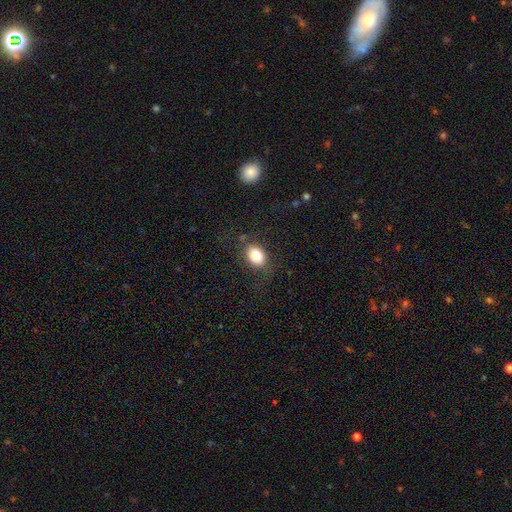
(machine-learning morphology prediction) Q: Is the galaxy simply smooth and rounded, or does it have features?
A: smooth — 79%.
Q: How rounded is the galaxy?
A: in between — 72%.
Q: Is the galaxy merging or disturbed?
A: none — 77%.